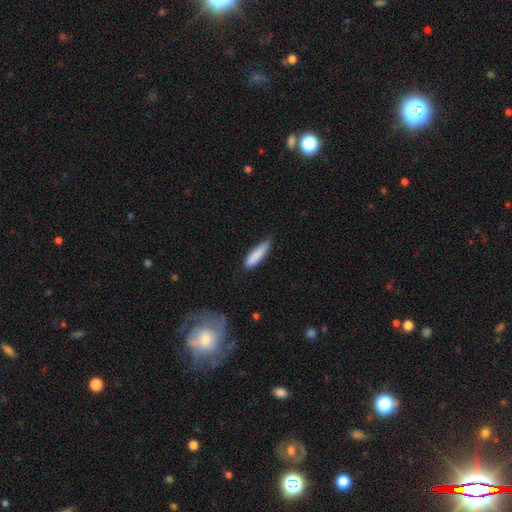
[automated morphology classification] A smooth galaxy with no disk features (86%) that is cigar-shaped (72%). Merging: none (69%).